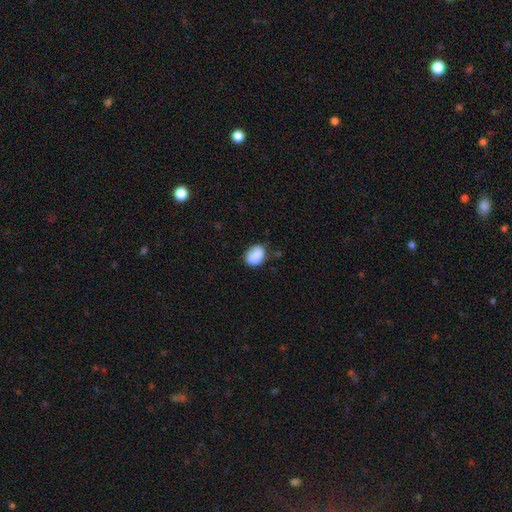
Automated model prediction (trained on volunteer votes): smooth 85%, star or artifact 8%, featured or disk 7%. Down the decision tree: how rounded — in between (65%); merging — none (63%).